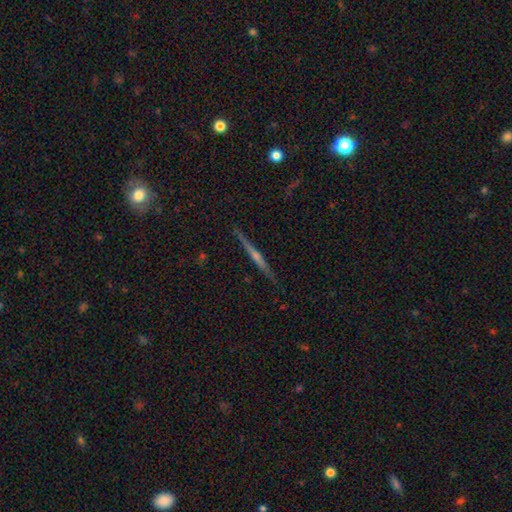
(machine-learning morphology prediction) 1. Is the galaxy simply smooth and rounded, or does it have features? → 77% featured or disk, 14% smooth, 10% star or artifact.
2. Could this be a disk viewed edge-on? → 98% yes, 2% no.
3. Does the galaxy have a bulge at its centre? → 75% rounded, 16% none, 9% boxy.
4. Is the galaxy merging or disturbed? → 90% none, 7% minor disturbance, 2% major disturbance, 2% merger.